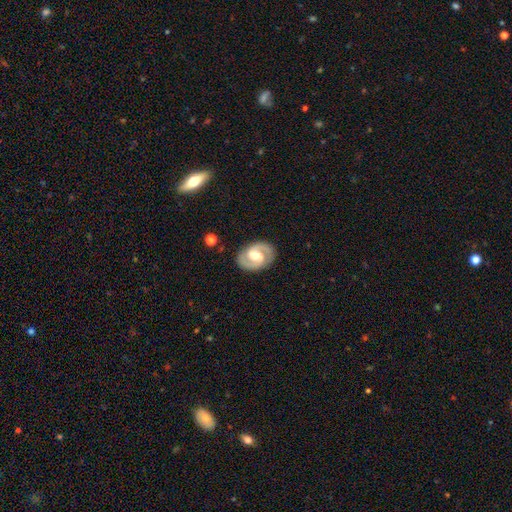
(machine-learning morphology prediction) Smooth or featured? featured or disk (83%)
Edge-on disk? no (97%)
Bar? weak (47%)
Spiral arms? yes (90%)
Spiral winding? medium (50%)
Spiral arm count? 2 (91%)
Bulge size? moderate (69%)
Merging? none (86%)